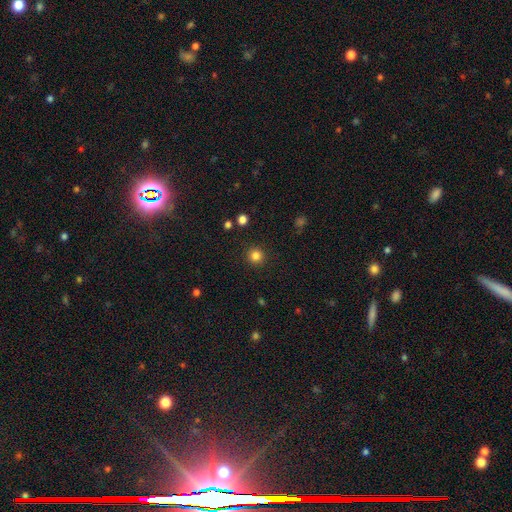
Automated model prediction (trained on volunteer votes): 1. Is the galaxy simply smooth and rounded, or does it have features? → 83% smooth, 13% star or artifact, 4% featured or disk.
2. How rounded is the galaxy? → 94% round, 5% in between, 1% cigar-shaped.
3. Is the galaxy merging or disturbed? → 91% none, 5% minor disturbance, 2% major disturbance, 1% merger.